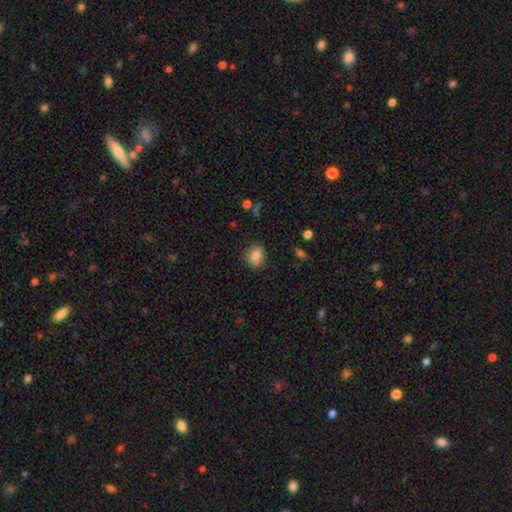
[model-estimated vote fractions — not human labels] A smooth galaxy with no disk features (79%) that is round (66%).

Vote fractions:
- Smooth or featured? smooth: 79% / featured or disk: 11% / star or artifact: 10%
- How rounded? round: 66% / in between: 33% / cigar-shaped: 1%
- Merging? none: 80% / minor disturbance: 15% / major disturbance: 3% / merger: 2%